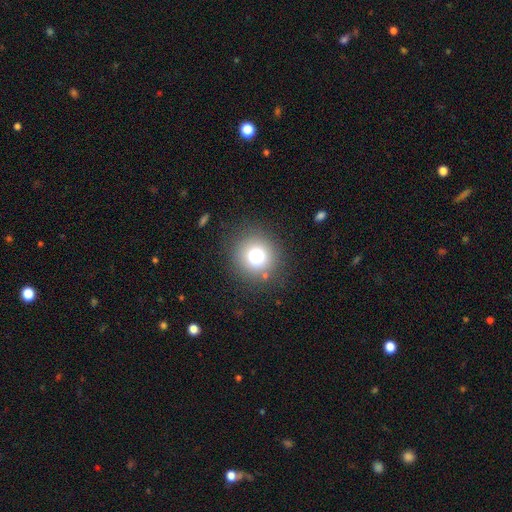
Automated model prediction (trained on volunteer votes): Morphology: type=smooth (74%); roundness=round (92%); merging=none (84%).